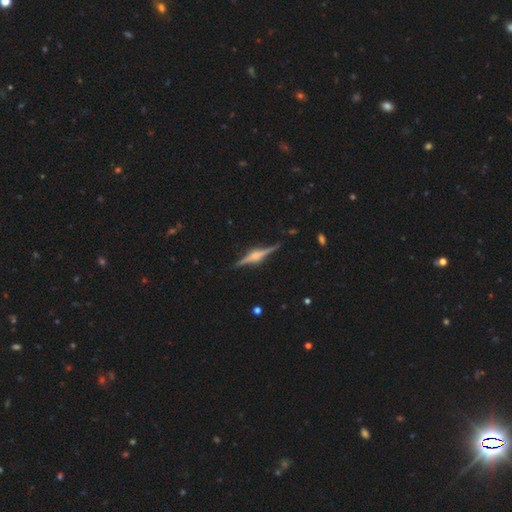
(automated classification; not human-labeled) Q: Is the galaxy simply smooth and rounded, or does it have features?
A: featured or disk — 85%.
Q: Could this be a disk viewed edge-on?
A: yes — 98%.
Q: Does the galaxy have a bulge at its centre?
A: rounded — 79%.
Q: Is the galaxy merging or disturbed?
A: none — 89%.